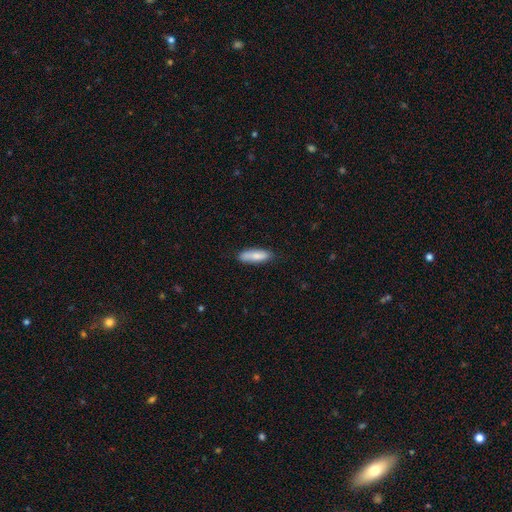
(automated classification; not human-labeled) Q: Smooth or featured?
A: smooth (80%); runner-up: featured or disk (14%)
Q: How rounded?
A: cigar-shaped (50%); runner-up: in between (48%)
Q: Merging?
A: none (79%); runner-up: minor disturbance (16%)